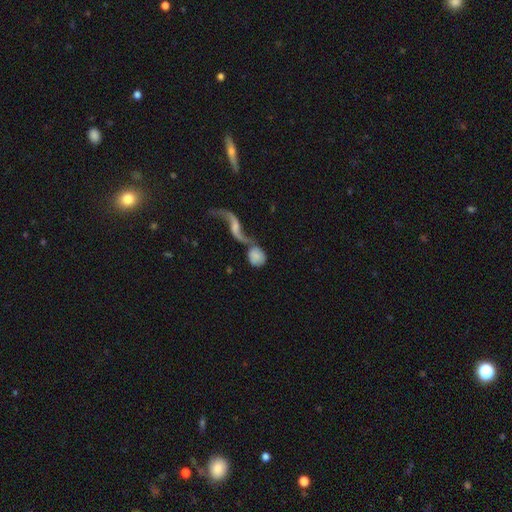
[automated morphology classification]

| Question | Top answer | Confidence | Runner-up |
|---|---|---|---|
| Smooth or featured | smooth | 53% | featured or disk (39%) |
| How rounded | round | 58% | in between (37%) |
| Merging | merger | 56% | none (23%) |